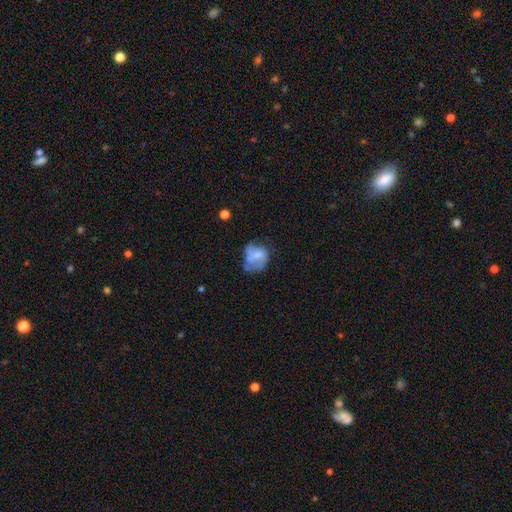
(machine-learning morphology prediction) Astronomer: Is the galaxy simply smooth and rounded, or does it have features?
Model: featured or disk — 48% (runner-up: smooth, 43%).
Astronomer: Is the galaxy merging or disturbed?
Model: none — 35% (runner-up: major disturbance, 31%).